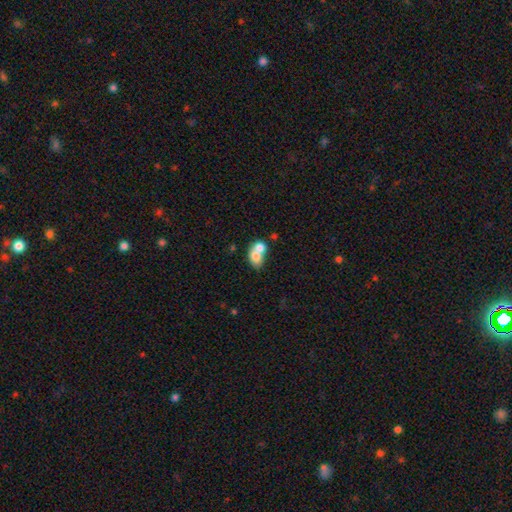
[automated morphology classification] Smooth or featured?
  - smooth: 70% *
  - featured or disk: 22%
  - star or artifact: 9%
How rounded?
  - in between: 63% *
  - round: 35%
  - cigar-shaped: 1%
Merging?
  - merger: 67% *
  - none: 22%
  - minor disturbance: 7%
  - major disturbance: 4%